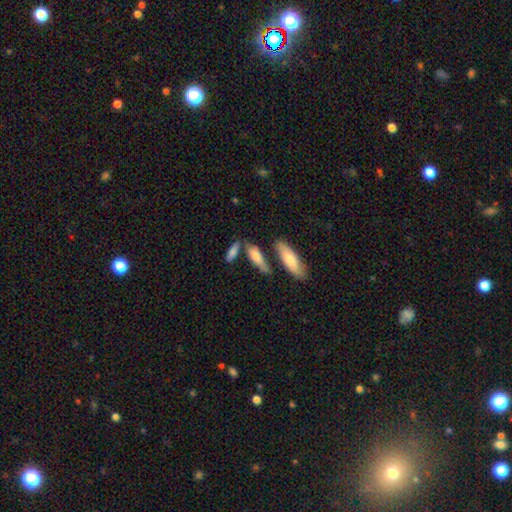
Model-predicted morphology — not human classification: smooth_or_featured: smooth (p=0.71) [alt: featured or disk p=0.21]
how_rounded: cigar-shaped (p=0.49) [alt: in between p=0.47]
merging: none (p=0.63) [alt: merger p=0.18]